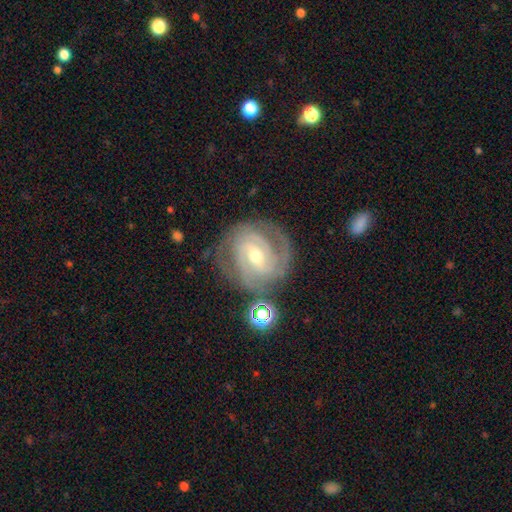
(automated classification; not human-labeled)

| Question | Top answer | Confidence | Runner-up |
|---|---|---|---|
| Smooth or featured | featured or disk | 89% | smooth (6%) |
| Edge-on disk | no | 97% | yes (3%) |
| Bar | weak | 50% | no (28%) |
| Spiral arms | yes | 97% | no (3%) |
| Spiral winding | tight | 68% | medium (28%) |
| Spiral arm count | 2 | 34% | 3 (33%) |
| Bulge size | moderate | 56% | small (40%) |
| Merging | none | 75% | minor disturbance (16%) |